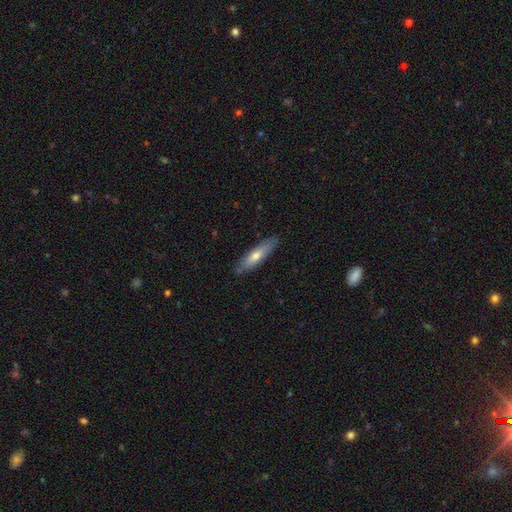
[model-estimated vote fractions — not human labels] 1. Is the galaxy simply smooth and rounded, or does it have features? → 60% smooth, 34% featured or disk, 6% star or artifact.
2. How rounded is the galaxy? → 71% cigar-shaped, 27% in between, 2% round.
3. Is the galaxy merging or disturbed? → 83% none, 14% minor disturbance, 2% major disturbance, 1% merger.